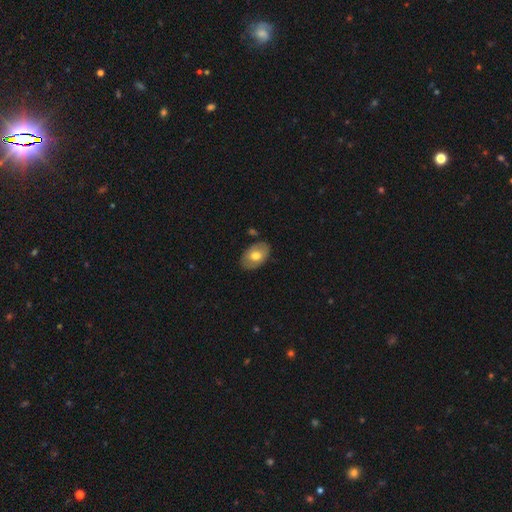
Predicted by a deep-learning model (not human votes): Smooth or featured?
  - smooth: 64% *
  - featured or disk: 30%
  - star or artifact: 6%
How rounded?
  - in between: 87% *
  - round: 11%
  - cigar-shaped: 1%
Merging?
  - none: 81% *
  - minor disturbance: 14%
  - major disturbance: 3%
  - merger: 2%